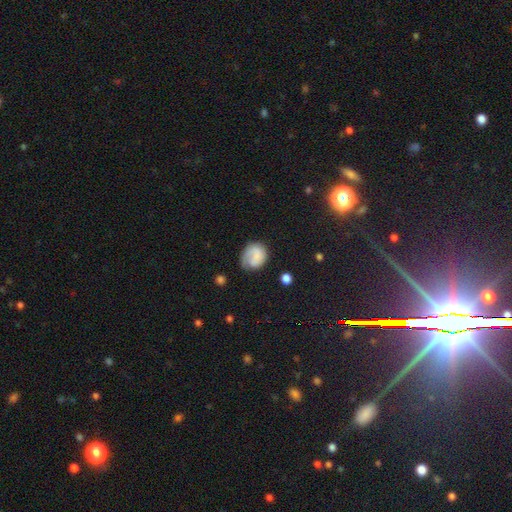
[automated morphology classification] Overall: smooth (59%; featured or disk 33%). How rounded: round (56%; in between 43%). Merging: none (54%; minor disturbance 26%).